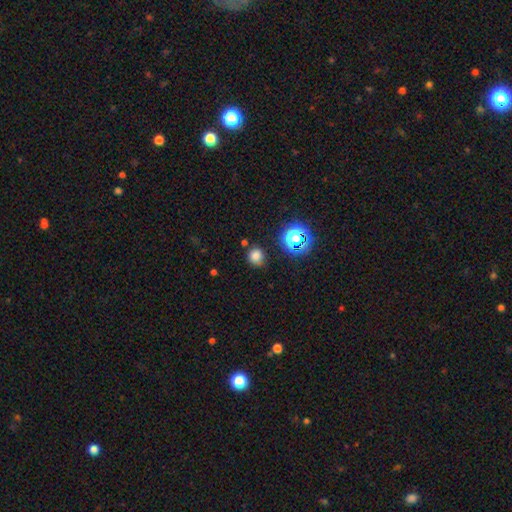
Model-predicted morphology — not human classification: smooth 75%, star or artifact 20%, featured or disk 5%. Down the decision tree: how rounded — round (82%); merging — none (76%).